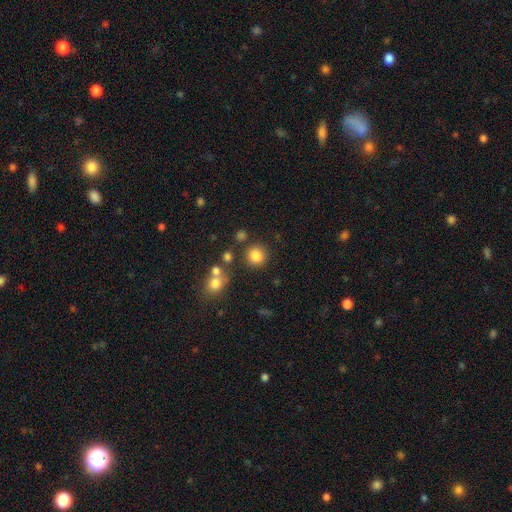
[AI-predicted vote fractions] Smooth or featured? Predicted: smooth (p=0.82). How rounded? Predicted: round (p=0.90). Merging? Predicted: none (p=0.82).